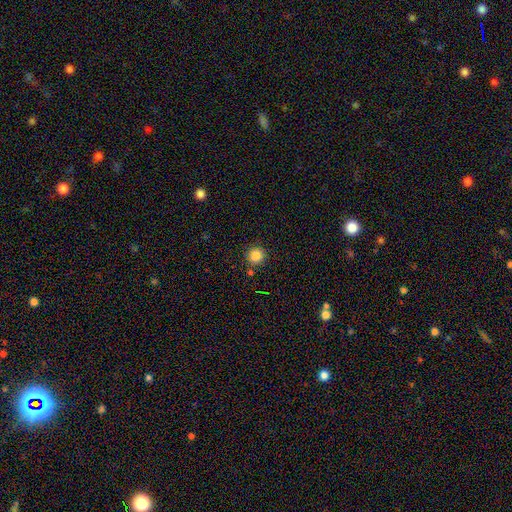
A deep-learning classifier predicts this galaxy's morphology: A smooth galaxy with no disk features (84%) that is round (93%). Merging: none (86%).